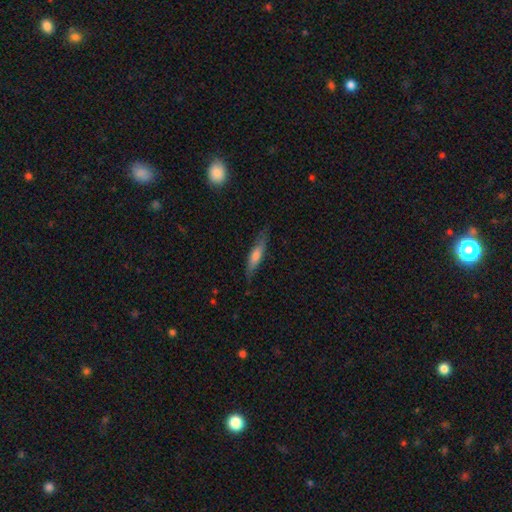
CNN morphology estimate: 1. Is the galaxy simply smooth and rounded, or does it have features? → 57% smooth, 37% featured or disk, 6% star or artifact.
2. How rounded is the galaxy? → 81% cigar-shaped, 17% in between, 2% round.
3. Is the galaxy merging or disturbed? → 78% none, 17% minor disturbance, 4% major disturbance, 1% merger.